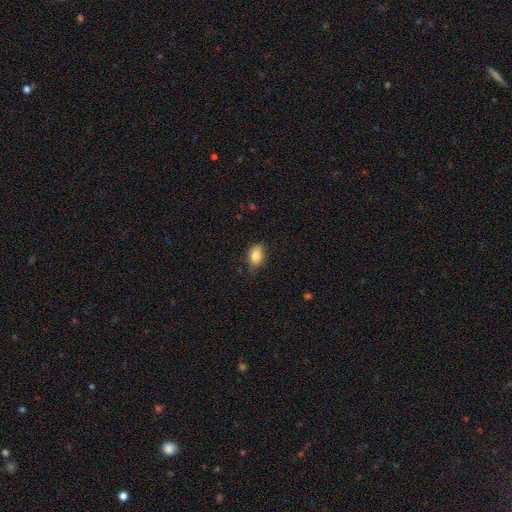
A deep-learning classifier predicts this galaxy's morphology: Smooth or featured? Predicted: smooth (p=0.83). How rounded? Predicted: in between (p=0.81). Merging? Predicted: none (p=0.73).